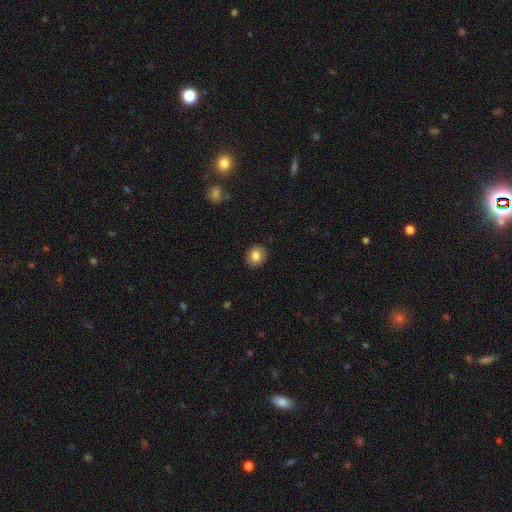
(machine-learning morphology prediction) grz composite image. It shows a smooth galaxy with no disk features (83%) that is round (71%). Merging: none (88%).